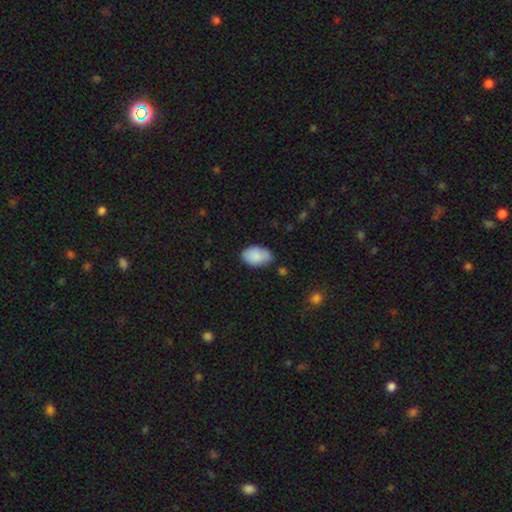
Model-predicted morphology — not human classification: Smooth or featured? Predicted: smooth (p=0.86). How rounded? Predicted: in between (p=0.91). Merging? Predicted: none (p=0.65).